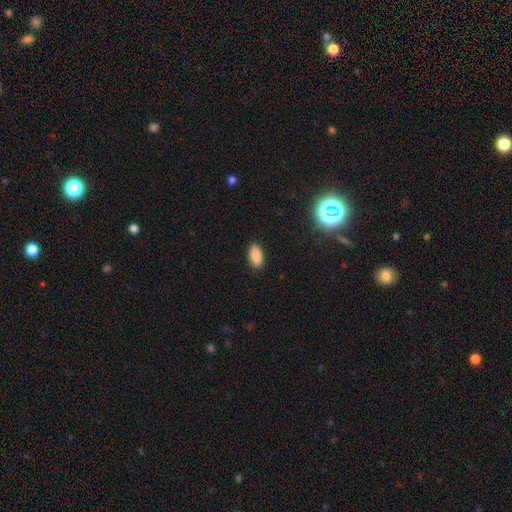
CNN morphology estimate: Smooth or featured?
  - smooth: 88% *
  - star or artifact: 9%
  - featured or disk: 3%
How rounded?
  - in between: 92% *
  - cigar-shaped: 5%
  - round: 3%
Merging?
  - none: 89% *
  - minor disturbance: 8%
  - major disturbance: 2%
  - merger: 1%